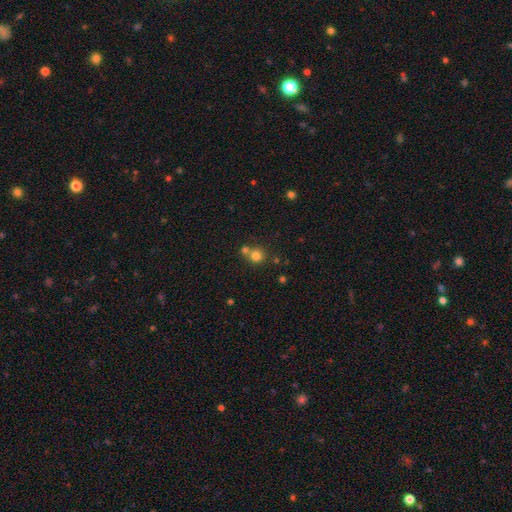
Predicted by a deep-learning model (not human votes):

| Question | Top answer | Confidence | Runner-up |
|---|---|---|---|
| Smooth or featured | smooth | 78% | star or artifact (14%) |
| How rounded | round | 89% | in between (10%) |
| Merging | none | 56% | merger (35%) |